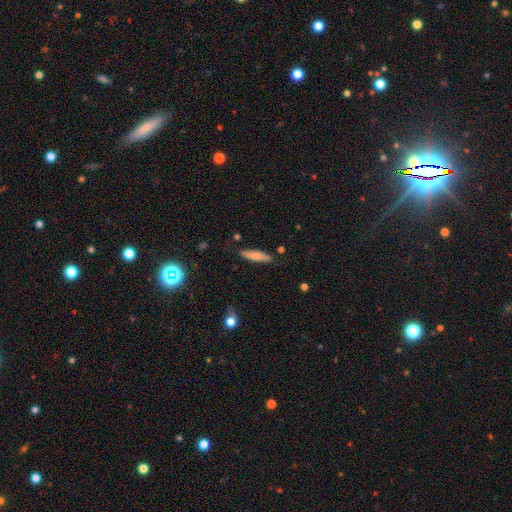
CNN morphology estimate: smooth 72%, featured or disk 21%, star or artifact 7%. Down the decision tree: how rounded — cigar-shaped (76%); merging — none (83%).